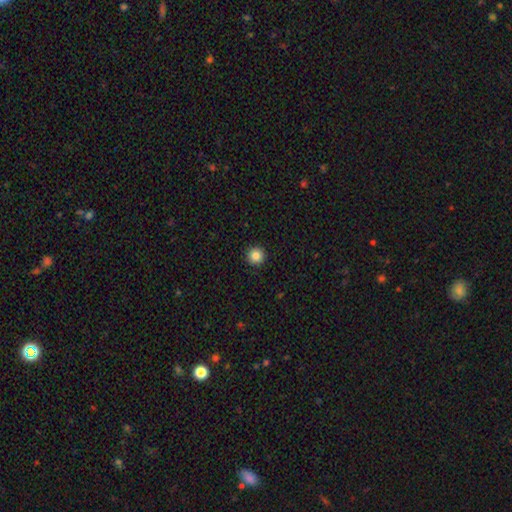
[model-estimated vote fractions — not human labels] Smooth or featured? Predicted: smooth (p=0.86). How rounded? Predicted: round (p=0.96). Merging? Predicted: none (p=0.93).